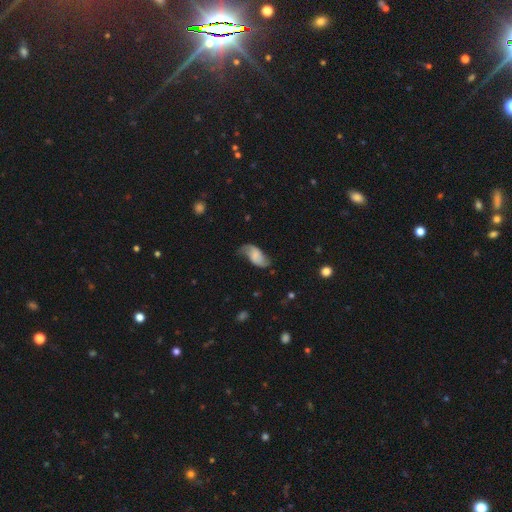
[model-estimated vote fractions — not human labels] Morphology: type=featured or disk (57%); edge-on=no (95%); bar=no (57%); spiral arms=yes (91%); bulge=none (50%); merging=none (59%).